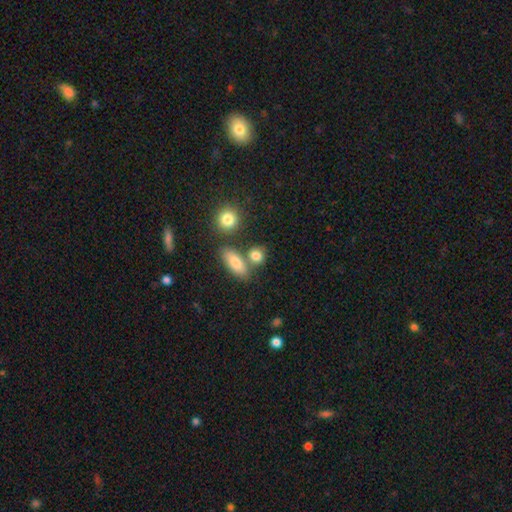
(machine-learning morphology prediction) This appears to be a smooth galaxy with no disk features (82%) that is round (52%). Merging: none (64%).